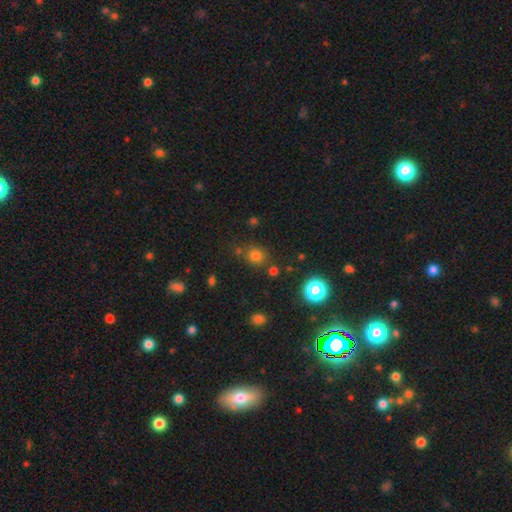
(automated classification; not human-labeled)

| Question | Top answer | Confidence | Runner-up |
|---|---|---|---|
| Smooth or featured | smooth | 70% | star or artifact (23%) |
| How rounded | round | 82% | in between (17%) |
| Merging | none | 76% | minor disturbance (11%) |